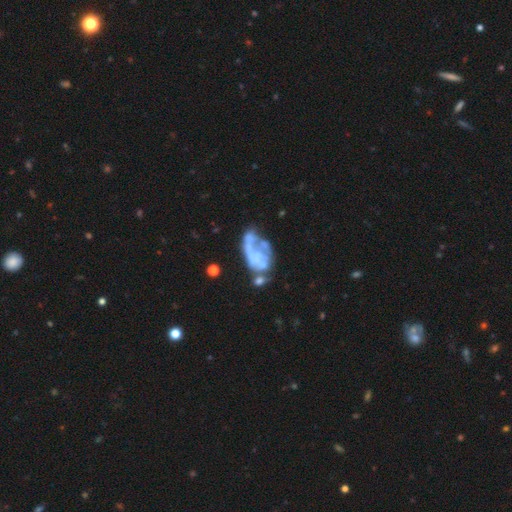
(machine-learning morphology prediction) smooth_or_featured: featured or disk (p=0.62) [alt: smooth p=0.27]
disk_edge_on: no (p=0.97) [alt: yes p=0.03]
bar: no (p=0.88) [alt: weak p=0.09]
has_spiral_arms: no (p=0.74) [alt: yes p=0.26]
bulge_size: none (p=0.72) [alt: small p=0.15]
merging: major disturbance (p=0.33) [alt: none p=0.25]